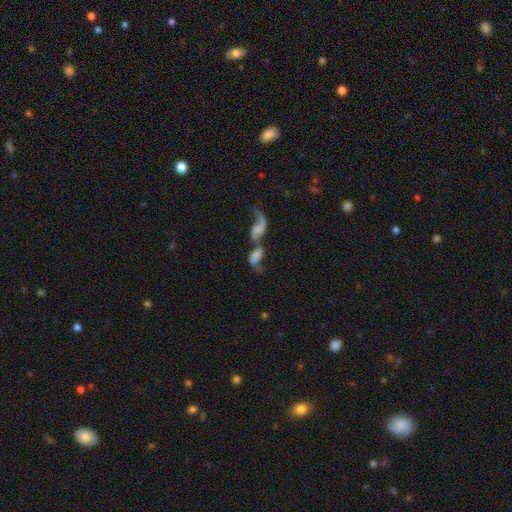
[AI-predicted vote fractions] Overall: featured or disk (45%; smooth 43%). Merging: merger (74%).